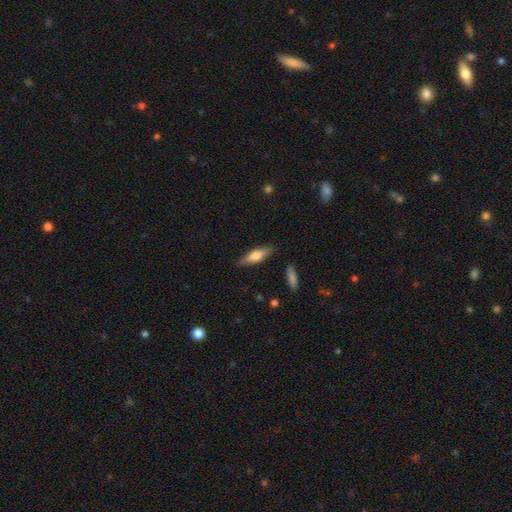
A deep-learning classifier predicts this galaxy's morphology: Smooth or featured? Predicted: smooth (p=0.61). How rounded? Predicted: cigar-shaped (p=0.58). Merging? Predicted: none (p=0.85).